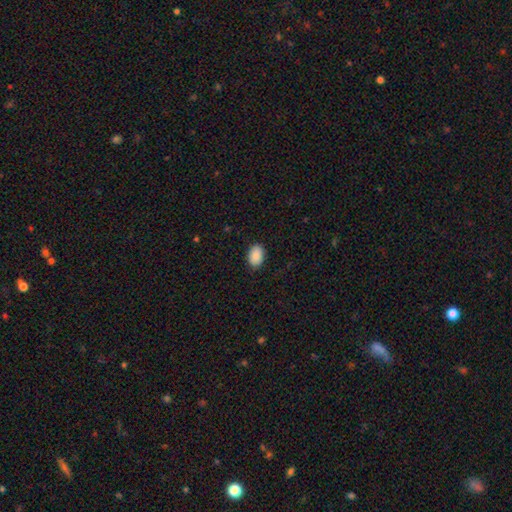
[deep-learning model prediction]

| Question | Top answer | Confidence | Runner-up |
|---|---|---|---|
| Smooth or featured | smooth | 90% | star or artifact (7%) |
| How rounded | in between | 86% | round (13%) |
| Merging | none | 88% | minor disturbance (9%) |